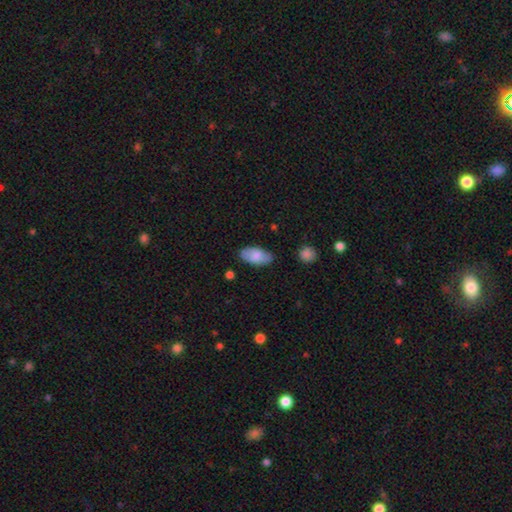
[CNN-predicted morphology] The model was most divided on "merging": none: 75%, minor disturbance: 19%, major disturbance: 4%, merger: 2%. More confident: how rounded — in between (94%); smooth or featured — smooth (79%).